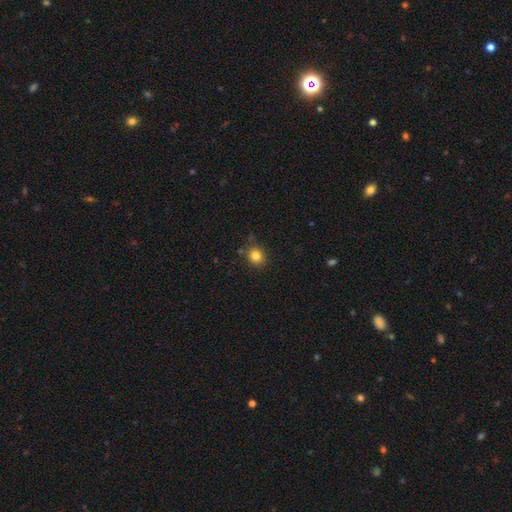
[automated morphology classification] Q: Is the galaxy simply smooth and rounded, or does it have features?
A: smooth — 82%.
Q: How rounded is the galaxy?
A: round — 76%.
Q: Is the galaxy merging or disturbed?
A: none — 80%.